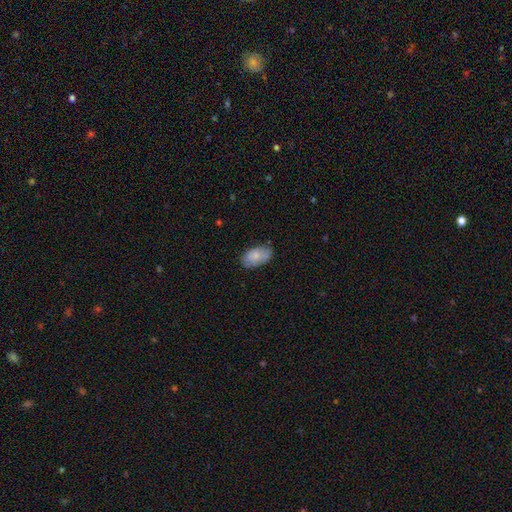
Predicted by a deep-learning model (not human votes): This is likely a smooth galaxy (79%). How rounded: clearly in between (94%). Merging: likely none (74%).